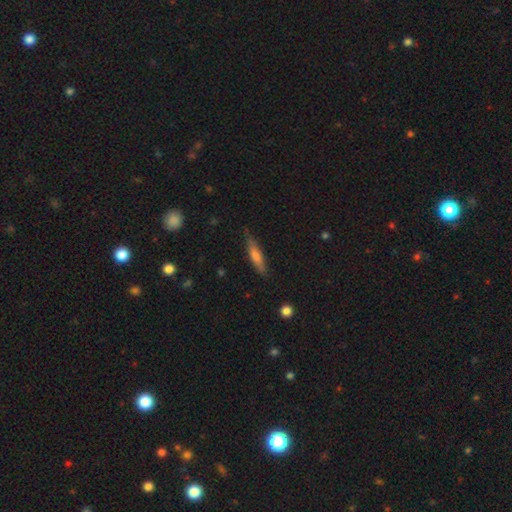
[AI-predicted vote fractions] A smooth galaxy with no disk features (59%) that is cigar-shaped (82%).

Vote fractions:
- Smooth or featured? smooth: 59% / featured or disk: 34% / star or artifact: 7%
- How rounded? cigar-shaped: 82% / in between: 16% / round: 2%
- Merging? none: 78% / minor disturbance: 17% / major disturbance: 3% / merger: 1%